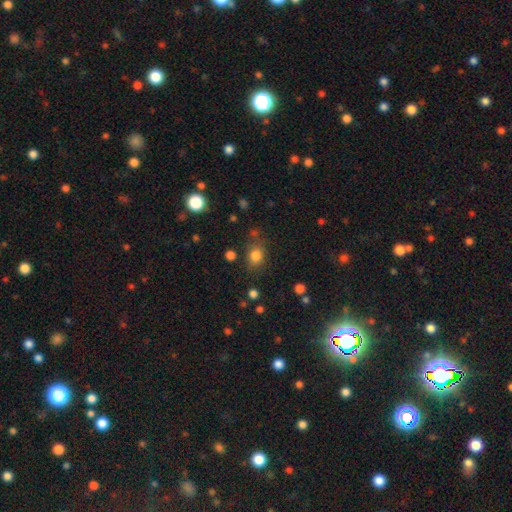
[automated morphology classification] Smooth or featured? Predicted: smooth (p=0.80). How rounded? Predicted: round (p=0.54). Merging? Predicted: none (p=0.74).